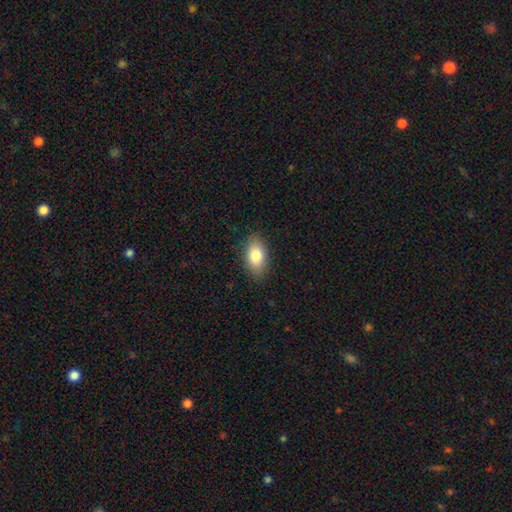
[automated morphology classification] type=smooth (81%); roundness=in between (91%); merging=none (87%).